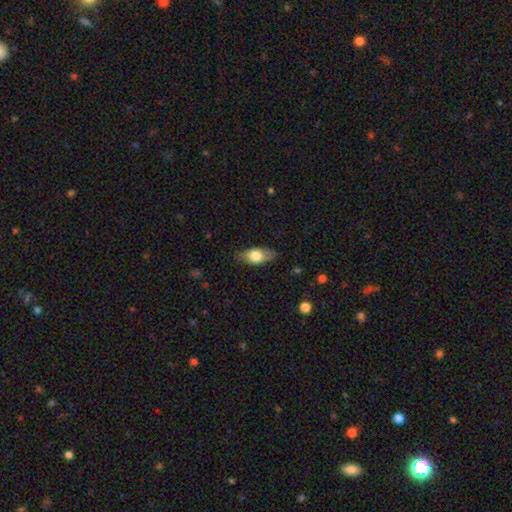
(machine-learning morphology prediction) Smooth or featured? Predicted: smooth (p=0.70). How rounded? Predicted: in between (p=0.85). Merging? Predicted: none (p=0.81).